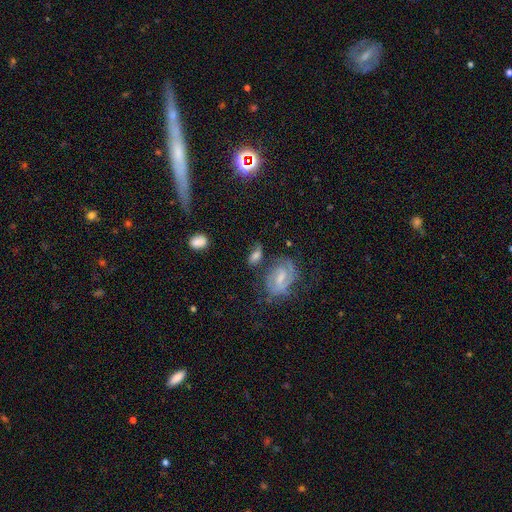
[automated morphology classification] Smooth or featured? Predicted: smooth (p=0.46). Merging? Predicted: none (p=0.55).